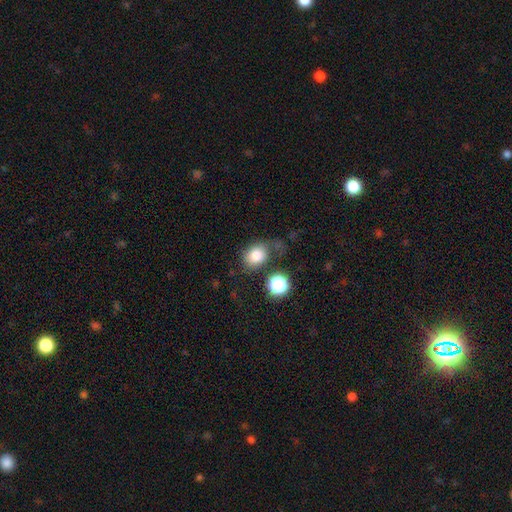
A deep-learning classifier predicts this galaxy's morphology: This appears to be a smooth galaxy with no disk features (79%) that is round (50%). Merging: none (53%).